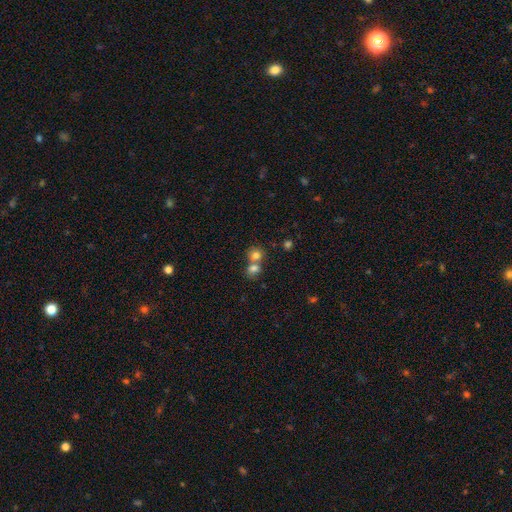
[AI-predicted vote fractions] Smooth or featured? smooth (77%)
How rounded? round (80%)
Merging? merger (53%)